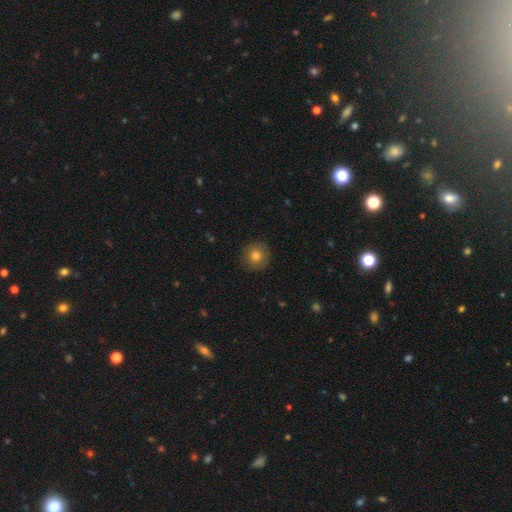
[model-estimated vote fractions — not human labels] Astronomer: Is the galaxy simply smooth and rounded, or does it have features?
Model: smooth — 79%.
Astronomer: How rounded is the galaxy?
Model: round — 94%.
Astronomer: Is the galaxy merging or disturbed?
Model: none — 89%.